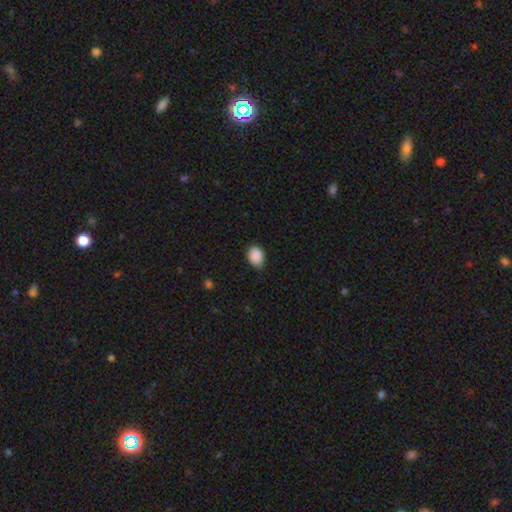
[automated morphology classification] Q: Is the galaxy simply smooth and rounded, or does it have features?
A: smooth — 89%.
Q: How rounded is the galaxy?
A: in between — 67%.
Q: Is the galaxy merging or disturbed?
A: none — 73%.